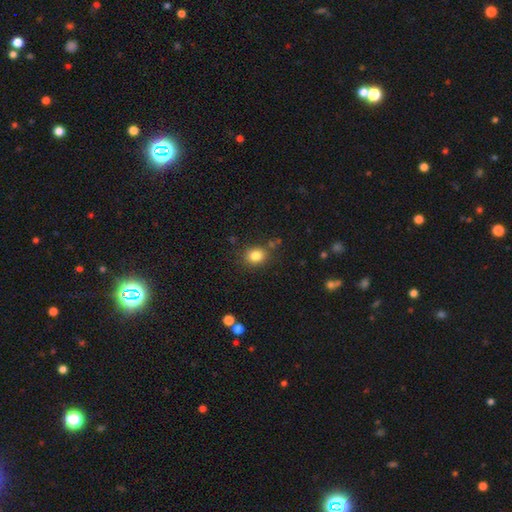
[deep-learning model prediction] Smooth or featured? smooth (83%)
How rounded? round (60%)
Merging? none (79%)